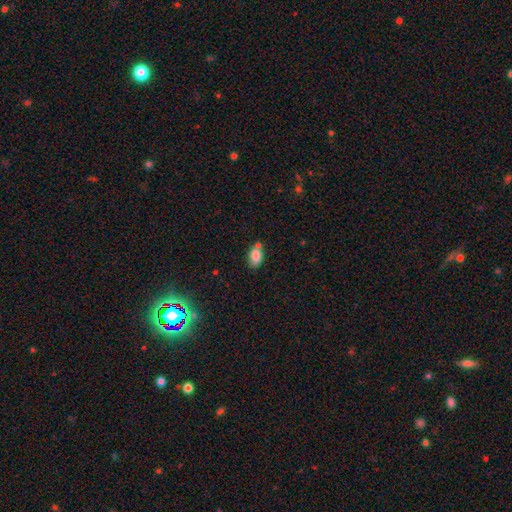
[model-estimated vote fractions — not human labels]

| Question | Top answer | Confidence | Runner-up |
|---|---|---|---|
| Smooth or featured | smooth | 83% | star or artifact (9%) |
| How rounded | in between | 89% | round (9%) |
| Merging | none | 59% | merger (20%) |